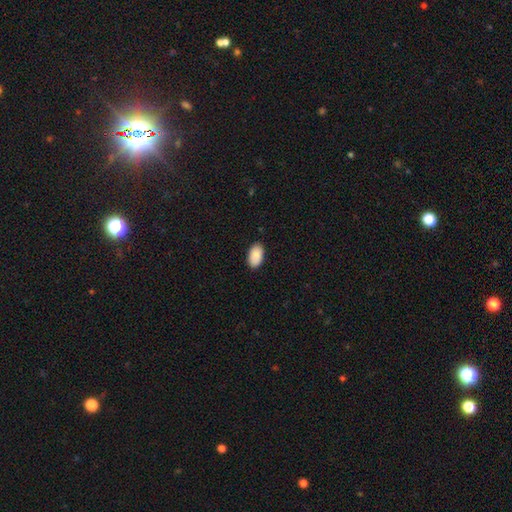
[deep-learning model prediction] This appears to be a smooth galaxy with no disk features (91%) that is in between round and cigar-shaped (95%). Merging: none (89%).